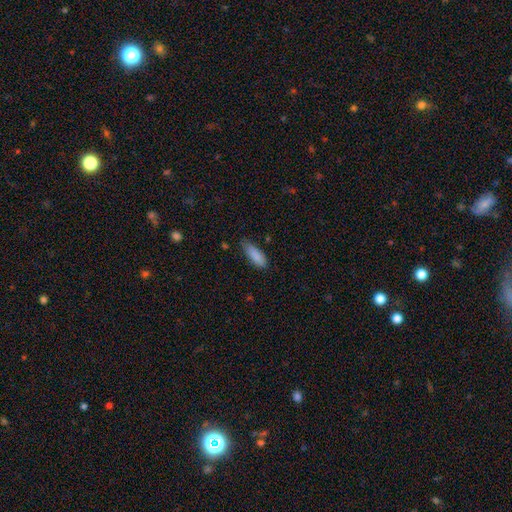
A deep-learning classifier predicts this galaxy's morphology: Smooth or featured?
  - smooth: 87% *
  - star or artifact: 7%
  - featured or disk: 6%
How rounded?
  - in between: 67% *
  - cigar-shaped: 31%
  - round: 2%
Merging?
  - none: 63% *
  - minor disturbance: 30%
  - major disturbance: 5%
  - merger: 2%